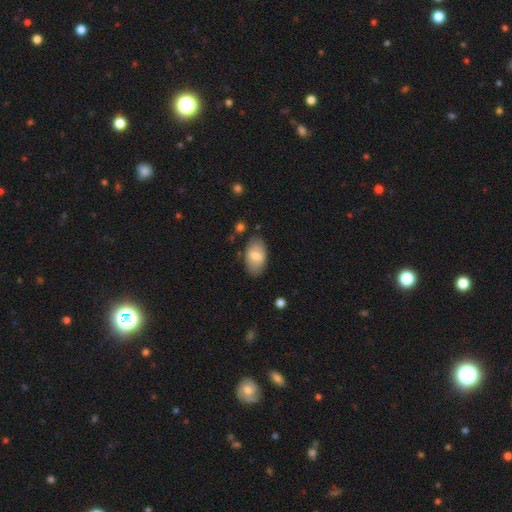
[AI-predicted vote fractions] A smooth galaxy with no disk features (68%) that is in between round and cigar-shaped (94%). Merging: none (79%).